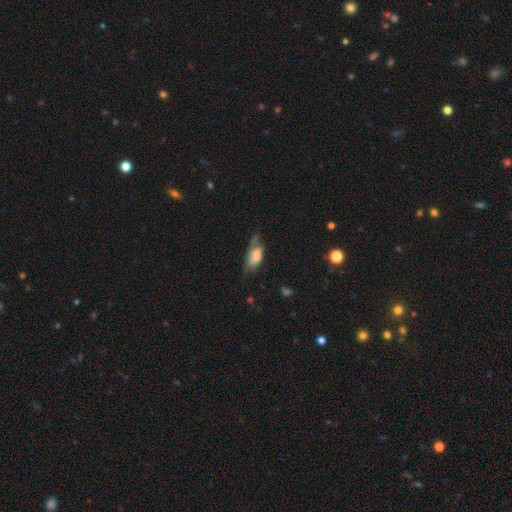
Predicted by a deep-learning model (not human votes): This is likely a smooth galaxy (68%). How rounded: clearly in between (83%). Merging: marginally minor disturbance (37%, tied with none).